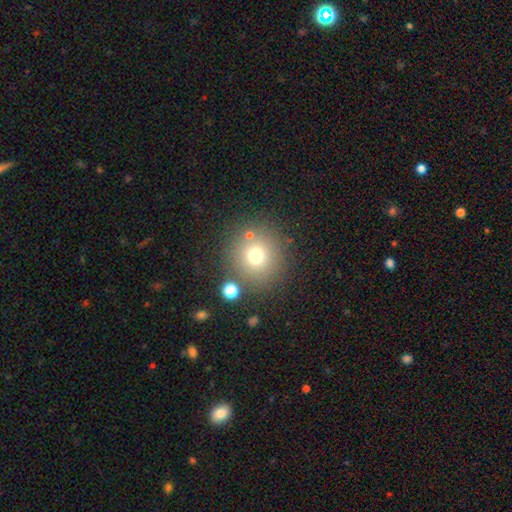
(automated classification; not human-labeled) A smooth galaxy with no disk features (72%) that is round (93%). Merging: none (81%).